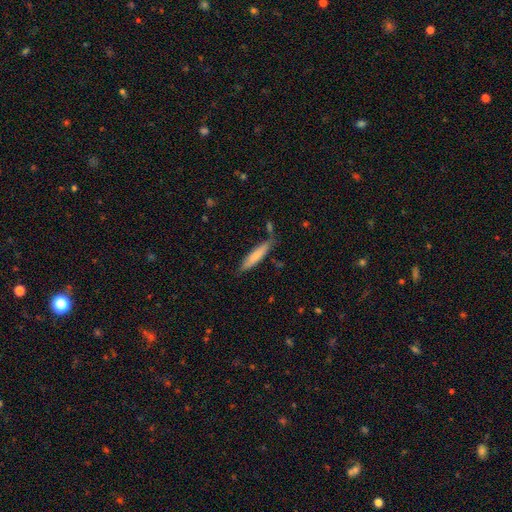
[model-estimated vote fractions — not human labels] Smooth or featured?
  - smooth: 76% *
  - featured or disk: 19%
  - star or artifact: 6%
How rounded?
  - cigar-shaped: 84% *
  - in between: 14%
  - round: 1%
Merging?
  - none: 75% *
  - minor disturbance: 17%
  - merger: 5%
  - major disturbance: 3%